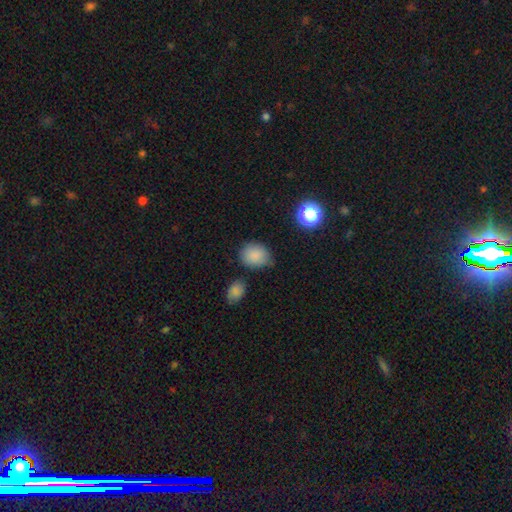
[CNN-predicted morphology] Smooth or featured?
  - smooth: 85% *
  - star or artifact: 9%
  - featured or disk: 6%
How rounded?
  - round: 50% *
  - in between: 49%
  - cigar-shaped: 1%
Merging?
  - none: 67% *
  - minor disturbance: 23%
  - major disturbance: 5%
  - merger: 5%